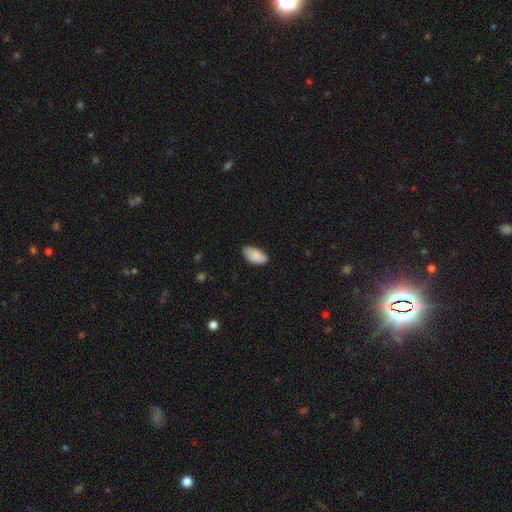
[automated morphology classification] A smooth galaxy with no disk features (84%) that is in between round and cigar-shaped (94%). Merging: none (72%).